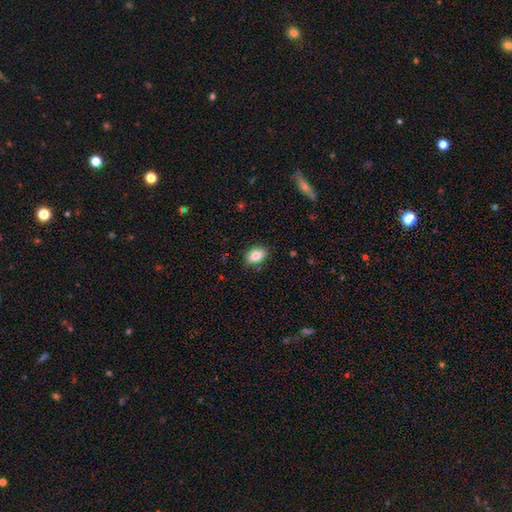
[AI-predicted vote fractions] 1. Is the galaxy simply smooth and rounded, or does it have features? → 83% smooth, 9% featured or disk, 8% star or artifact.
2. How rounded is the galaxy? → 81% in between, 17% round, 2% cigar-shaped.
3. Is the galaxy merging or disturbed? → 84% none, 12% minor disturbance, 2% major disturbance, 1% merger.